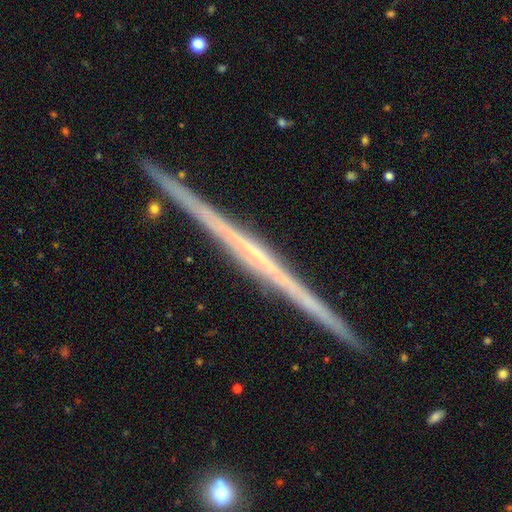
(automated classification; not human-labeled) A featured or disk galaxy (81%) viewed edge-on (99%) with no central bulge (76%). Merging: none (92%).